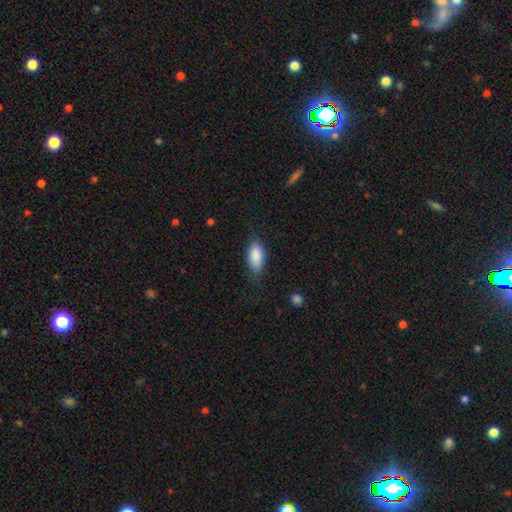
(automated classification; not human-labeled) Smooth or featured: smooth — 88% (star or artifact — 7%)
How rounded: in between — 90% (cigar-shaped — 7%)
Merging: none — 76% (minor disturbance — 18%)